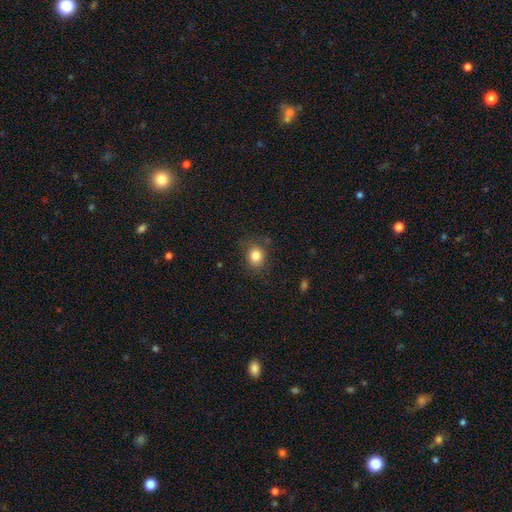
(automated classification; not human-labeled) Overall: smooth (83%). How rounded: round (71%). Merging: none (79%).